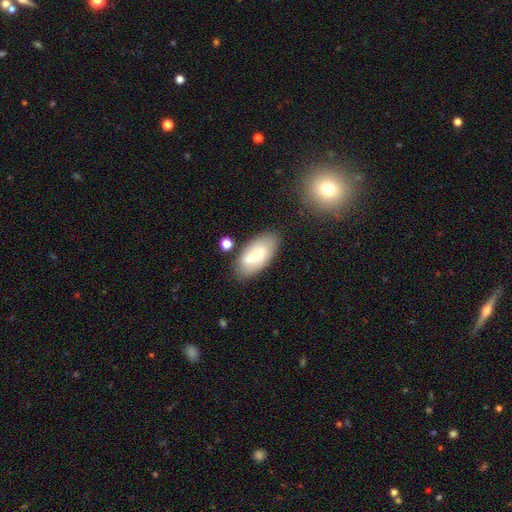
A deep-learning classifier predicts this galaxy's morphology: Smooth or featured? smooth (53%)
How rounded? in between (90%)
Merging? none (75%)